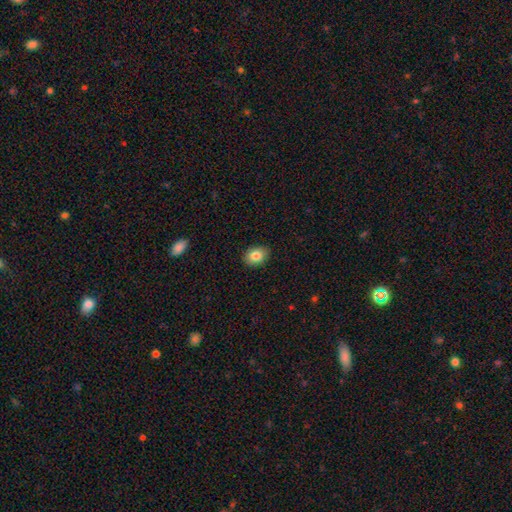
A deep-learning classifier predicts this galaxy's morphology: smooth_or_featured: smooth (p=0.84) [alt: star or artifact p=0.08]
how_rounded: in between (p=0.69) [alt: round p=0.30]
merging: none (p=0.89) [alt: minor disturbance p=0.08]